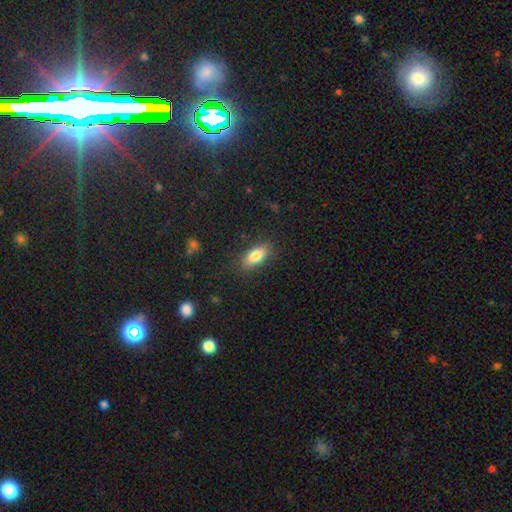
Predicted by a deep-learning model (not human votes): Smooth or featured? Predicted: smooth (p=0.81). How rounded? Predicted: in between (p=0.82). Merging? Predicted: none (p=0.85).